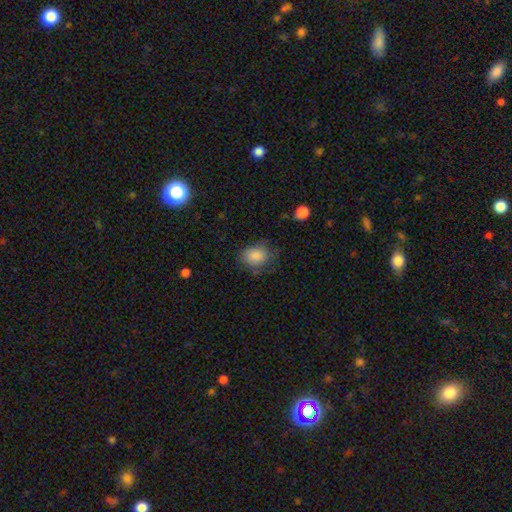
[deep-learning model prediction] Smooth or featured? Predicted: smooth (p=0.85). How rounded? Predicted: in between (p=0.58). Merging? Predicted: none (p=0.63).